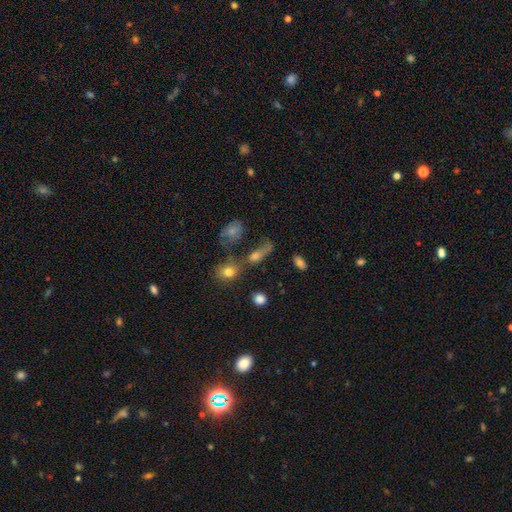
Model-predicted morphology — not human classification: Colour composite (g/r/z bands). It shows a smooth galaxy with no disk features (57%) that is in between round and cigar-shaped (55%). Merging: none (45%).